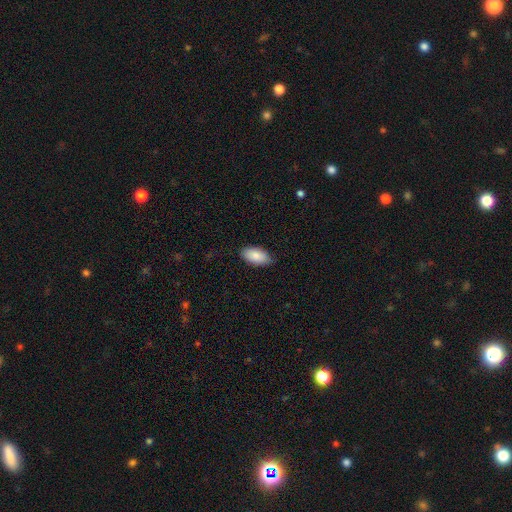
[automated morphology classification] The model was most divided on "merging": none: 82%, minor disturbance: 14%, major disturbance: 2%, merger: 1%. More confident: how rounded — in between (94%); smooth or featured — smooth (87%).